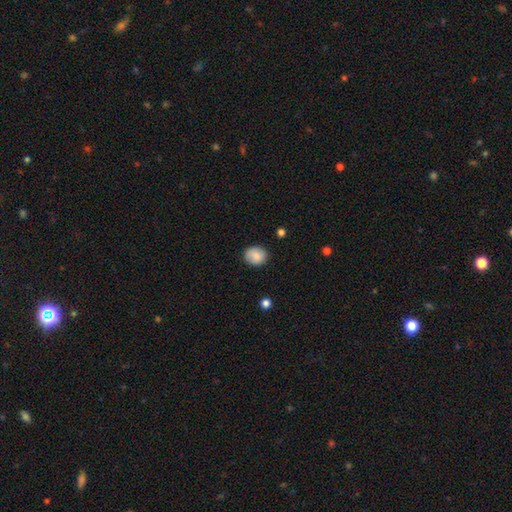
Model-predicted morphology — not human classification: Smooth or featured? Predicted: smooth (p=0.86). How rounded? Predicted: round (p=0.66). Merging? Predicted: none (p=0.87).